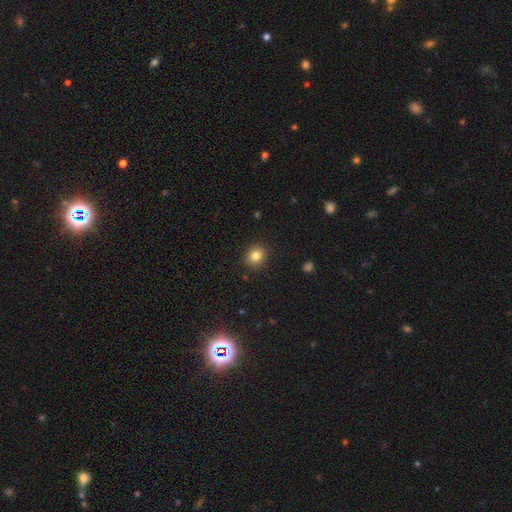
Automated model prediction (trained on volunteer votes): This is clearly a smooth galaxy (83%). How rounded: clearly round (80%). Merging: clearly none (90%).